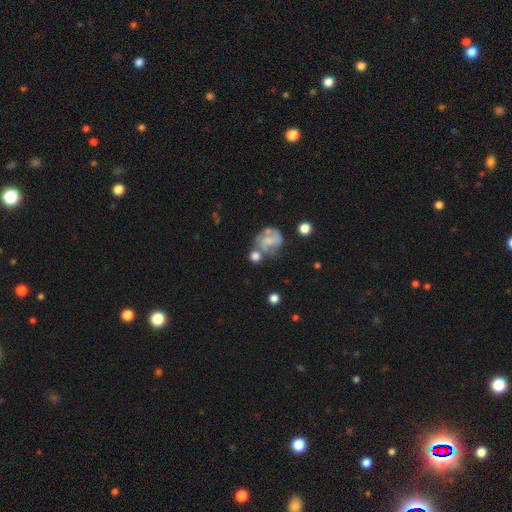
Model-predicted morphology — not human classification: A featured or disk galaxy (51%). Merging: none (45%).